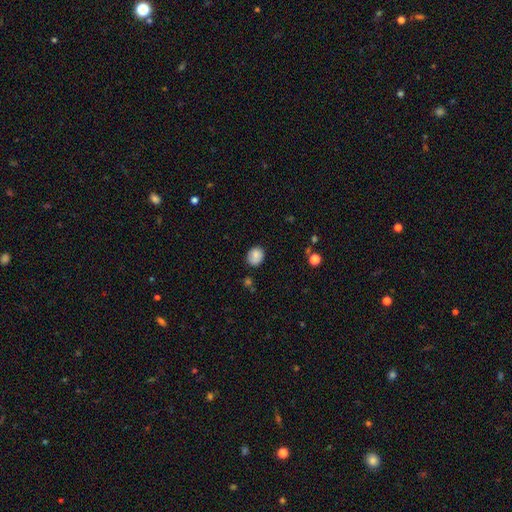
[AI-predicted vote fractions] Q: Smooth or featured?
A: smooth (81%); runner-up: featured or disk (10%)
Q: How rounded?
A: in between (50%); runner-up: round (49%)
Q: Merging?
A: none (75%); runner-up: minor disturbance (19%)